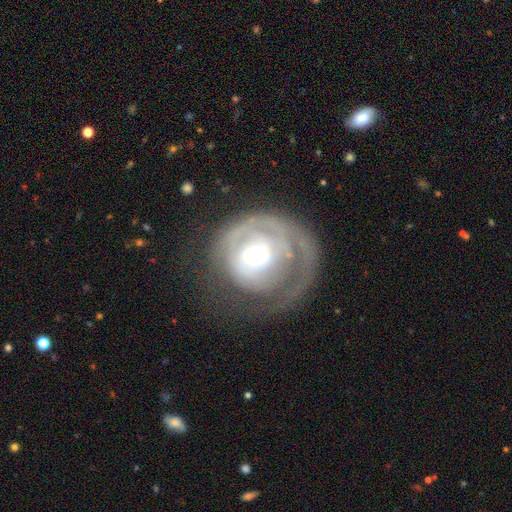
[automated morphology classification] Smooth or featured? Predicted: featured or disk (p=0.70). Edge-on disk? Predicted: no (p=0.97). Bar? Predicted: no (p=0.74). Spiral arms? Predicted: yes (p=0.69). Bulge size? Predicted: moderate (p=0.58). Merging? Predicted: none (p=0.40).